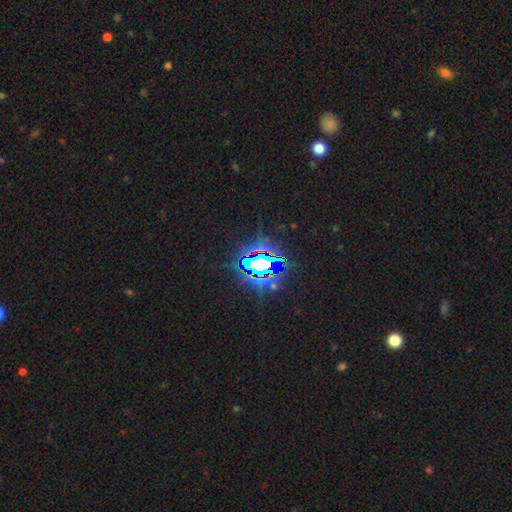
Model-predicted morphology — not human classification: This appears to be a star or artifact, not a galaxy (73%).